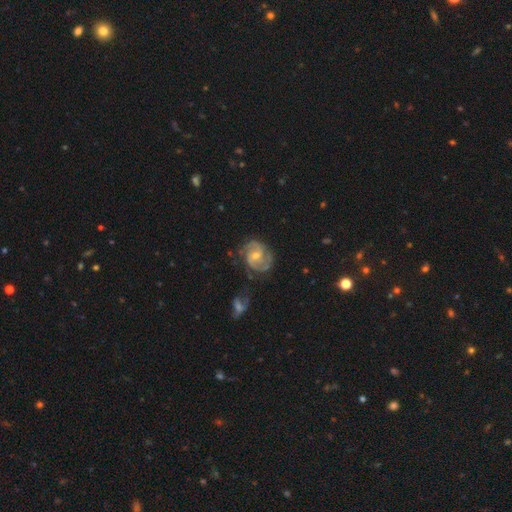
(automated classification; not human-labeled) Smooth or featured? Predicted: featured or disk (p=0.86). Edge-on disk? Predicted: no (p=0.98). Bar? Predicted: weak (p=0.50). Spiral arms? Predicted: yes (p=0.96). Spiral winding? Predicted: medium (p=0.50). Spiral arm count? Predicted: 2 (p=0.78). Bulge size? Predicted: moderate (p=0.49). Merging? Predicted: none (p=0.68).